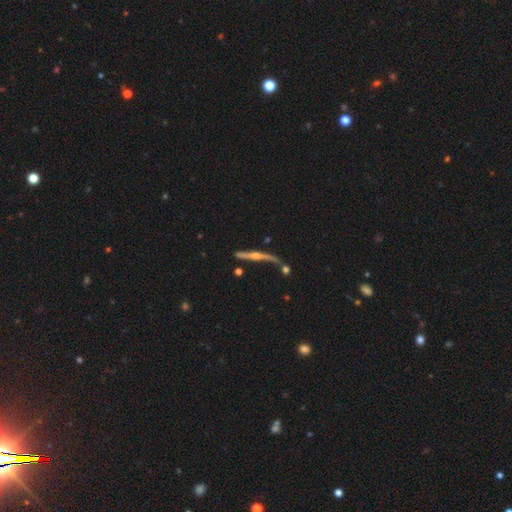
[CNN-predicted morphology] featured or disk 78%, smooth 16%, star or artifact 6%. Down the decision tree: edge-on disk — yes (89%); edge-on bulge — rounded (88%); merging — none (55%).